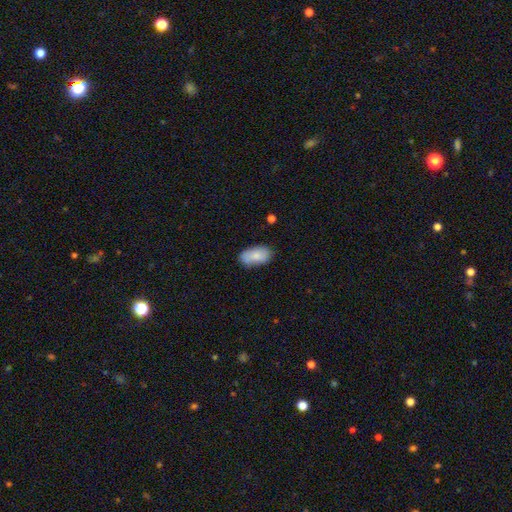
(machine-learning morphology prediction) Smooth or featured? Predicted: smooth (p=0.81). How rounded? Predicted: in between (p=0.94). Merging? Predicted: none (p=0.65).